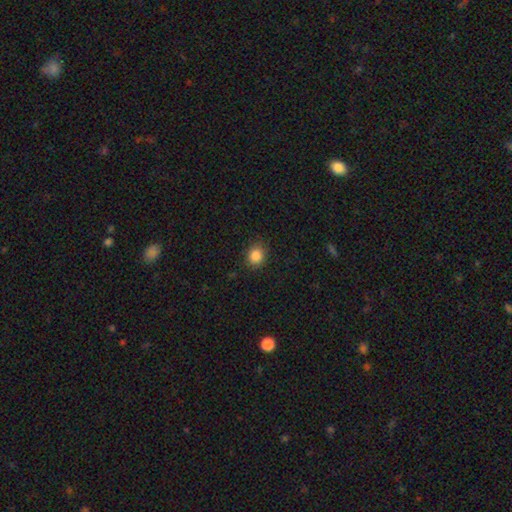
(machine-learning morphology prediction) Overall: smooth (86%). How rounded: round (74%). Merging: none (87%).